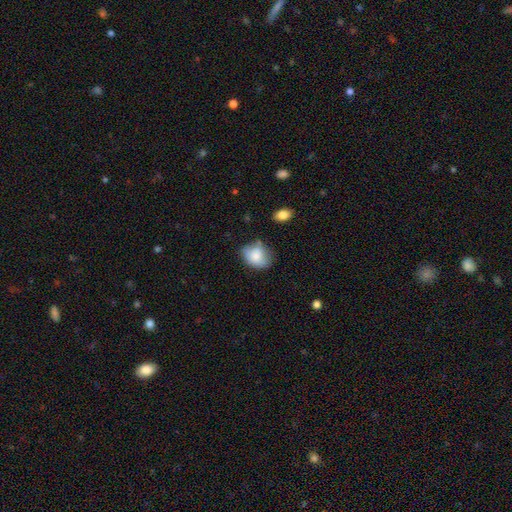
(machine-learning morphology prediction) This appears to be a smooth galaxy with no disk features (78%) that is in between round and cigar-shaped (59%). Merging: none (56%).